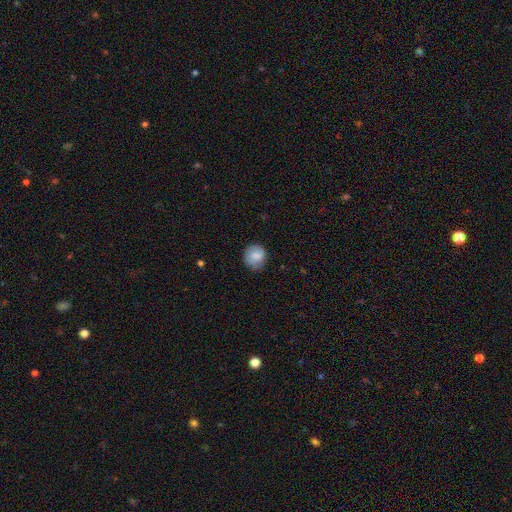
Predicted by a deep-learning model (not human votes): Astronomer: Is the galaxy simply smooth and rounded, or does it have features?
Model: smooth — 80%.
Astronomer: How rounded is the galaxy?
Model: round — 84%.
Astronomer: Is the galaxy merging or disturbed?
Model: none — 79%.